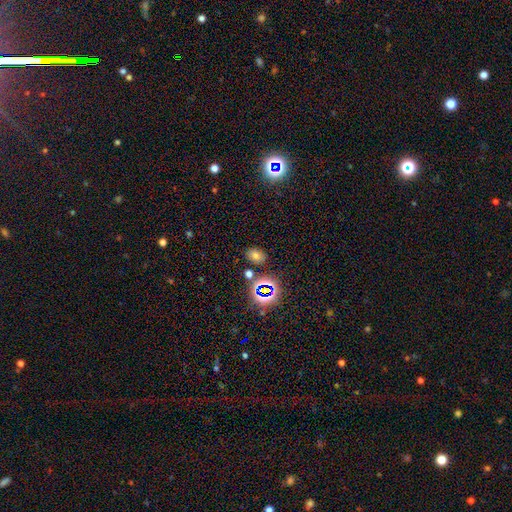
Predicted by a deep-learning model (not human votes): Smooth or featured? Predicted: smooth (p=0.58). How rounded? Predicted: in between (p=0.72). Merging? Predicted: none (p=0.82).